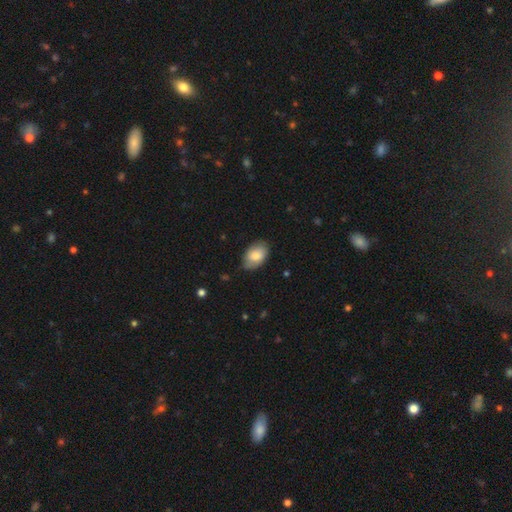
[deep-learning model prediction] A smooth galaxy with no disk features (79%) that is in between round and cigar-shaped (92%). Merging: none (76%).